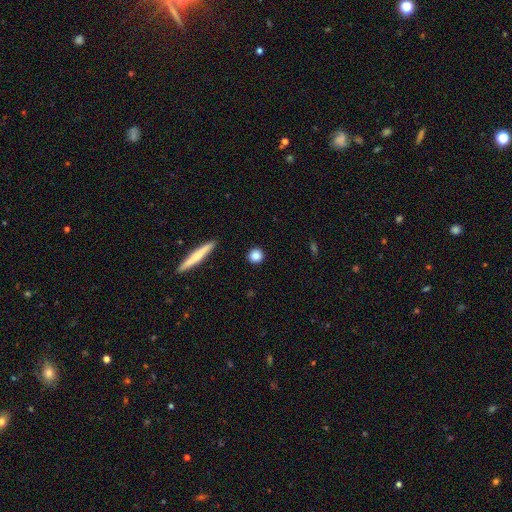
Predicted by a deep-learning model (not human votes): Q: Smooth or featured?
A: smooth (86%); runner-up: star or artifact (8%)
Q: How rounded?
A: round (89%); runner-up: in between (8%)
Q: Merging?
A: none (91%); runner-up: minor disturbance (5%)